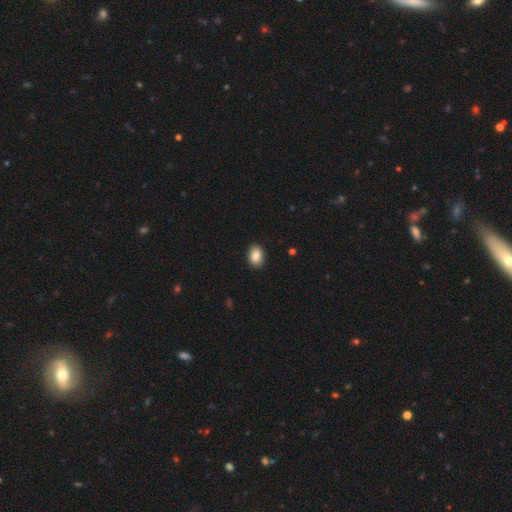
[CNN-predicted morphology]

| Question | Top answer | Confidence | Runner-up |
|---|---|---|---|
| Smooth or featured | smooth | 85% | star or artifact (8%) |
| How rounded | in between | 78% | round (20%) |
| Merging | none | 89% | minor disturbance (8%) |